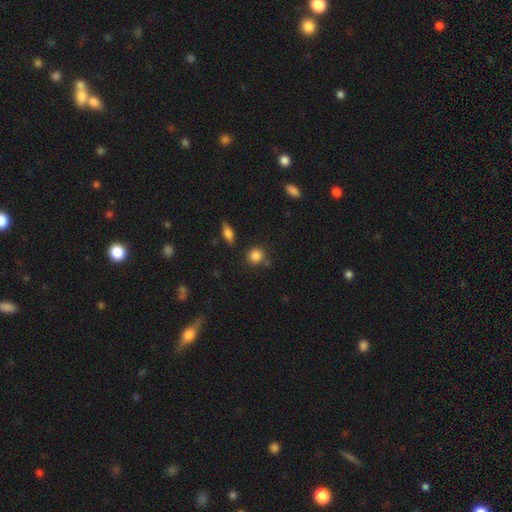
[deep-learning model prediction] smooth_or_featured: smooth (p=0.84) [alt: star or artifact p=0.10]
how_rounded: round (p=0.86) [alt: in between p=0.13]
merging: none (p=0.76) [alt: minor disturbance p=0.13]